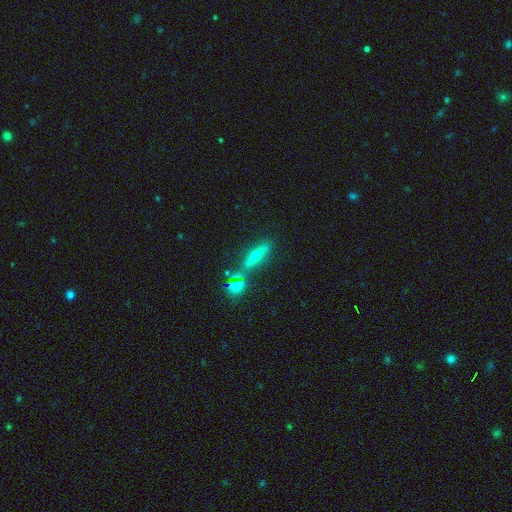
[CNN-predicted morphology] A featured or disk galaxy (46%).

Vote fractions:
- Smooth or featured? featured or disk: 46% / smooth: 40% / star or artifact: 14%
- Merging? none: 66% / merger: 16% / minor disturbance: 13% / major disturbance: 5%